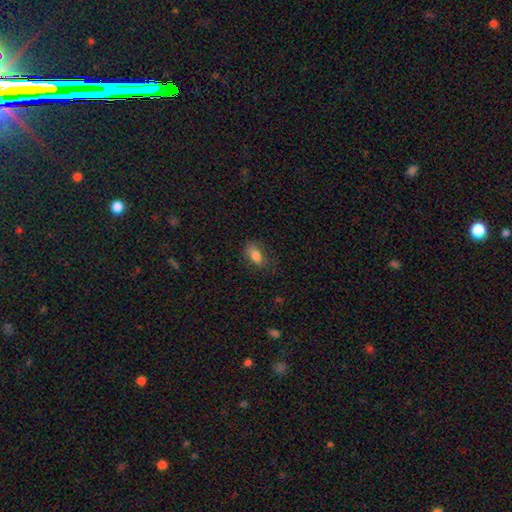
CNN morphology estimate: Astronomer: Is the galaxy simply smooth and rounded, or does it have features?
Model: smooth — 82%.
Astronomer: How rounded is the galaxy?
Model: in between — 88%.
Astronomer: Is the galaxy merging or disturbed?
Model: none — 70%.